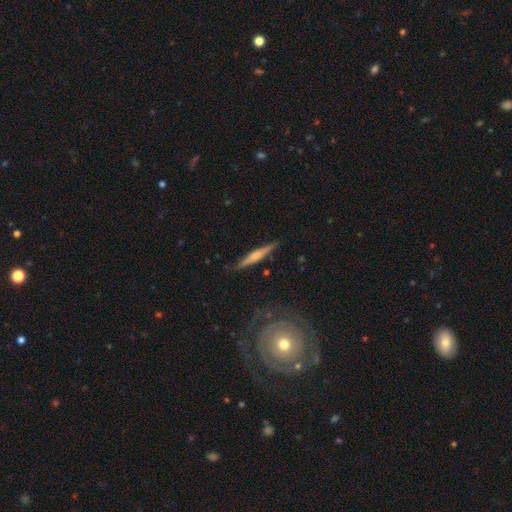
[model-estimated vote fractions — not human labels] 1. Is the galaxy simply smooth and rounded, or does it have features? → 58% featured or disk, 35% smooth, 6% star or artifact.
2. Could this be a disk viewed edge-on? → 96% yes, 4% no.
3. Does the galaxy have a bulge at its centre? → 60% rounded, 21% none, 19% boxy.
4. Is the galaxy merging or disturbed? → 83% none, 12% minor disturbance, 3% major disturbance, 2% merger.